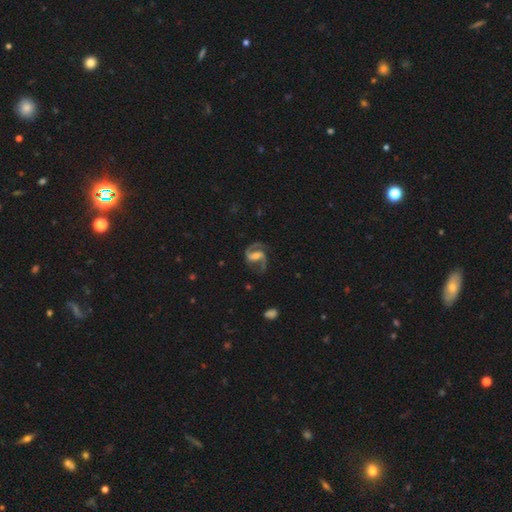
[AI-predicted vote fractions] Smooth or featured?
  - featured or disk: 91% *
  - star or artifact: 5%
  - smooth: 5%
Edge-on disk?
  - no: 98% *
  - yes: 2%
Bar?
  - weak: 43% *
  - strong: 38%
  - no: 19%
Spiral arms?
  - yes: 98% *
  - no: 2%
Spiral winding?
  - medium: 60% *
  - loose: 25%
  - tight: 15%
Spiral arm count?
  - 2: 92% *
  - 1: 2%
  - can't tell: 2%
  - 3: 2%
  - 4: 1%
  - more than 4: 1%
Bulge size?
  - moderate: 46% *
  - small: 40%
  - none: 7%
  - large: 6%
  - dominant: 1%
Merging?
  - none: 72% *
  - minor disturbance: 16%
  - major disturbance: 10%
  - merger: 2%